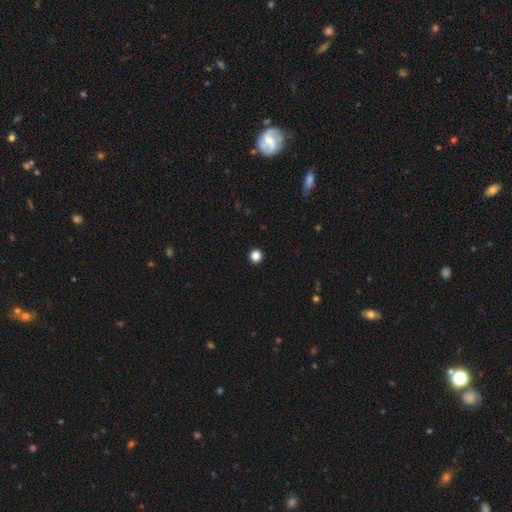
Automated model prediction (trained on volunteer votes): smooth_or_featured: smooth (p=0.85) [alt: star or artifact p=0.12]
how_rounded: round (p=0.96) [alt: in between p=0.03]
merging: none (p=0.94) [alt: minor disturbance p=0.03]